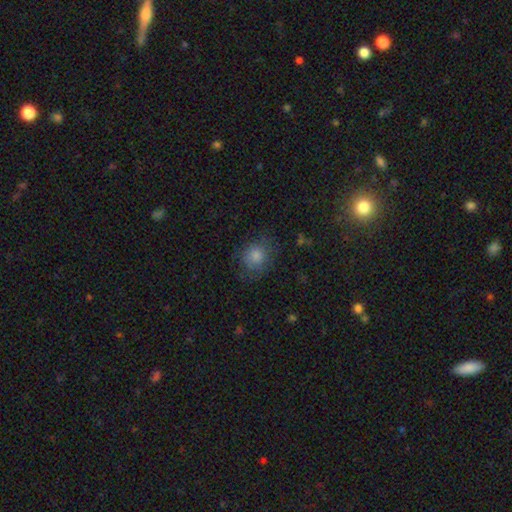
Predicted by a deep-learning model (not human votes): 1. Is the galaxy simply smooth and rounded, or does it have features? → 72% smooth, 16% star or artifact, 12% featured or disk.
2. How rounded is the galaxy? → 73% round, 26% in between, 1% cigar-shaped.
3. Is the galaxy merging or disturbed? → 73% none, 18% minor disturbance, 8% major disturbance, 1% merger.